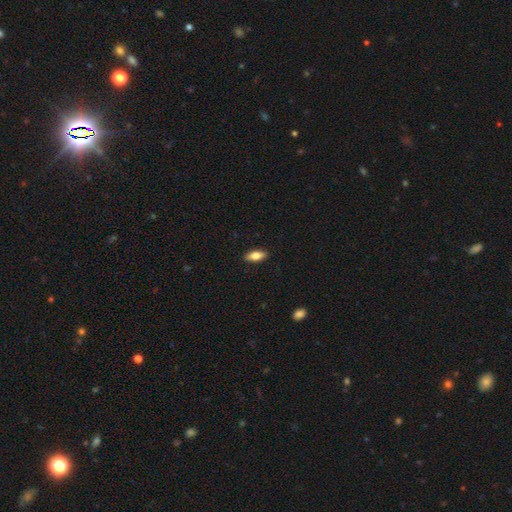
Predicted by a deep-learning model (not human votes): The model was most divided on "how rounded": in between: 81%, cigar-shaped: 16%, round: 3%. More confident: merging — none (89%); smooth or featured — smooth (79%).